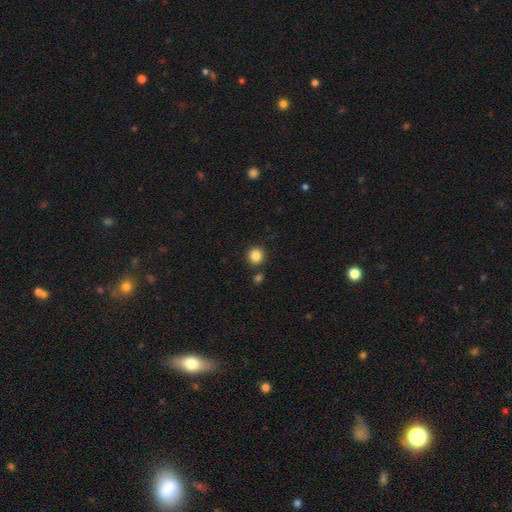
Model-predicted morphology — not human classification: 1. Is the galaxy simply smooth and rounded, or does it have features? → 85% smooth, 10% star or artifact, 4% featured or disk.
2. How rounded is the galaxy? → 93% round, 6% in between, 1% cigar-shaped.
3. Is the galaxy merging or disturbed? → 86% none, 6% minor disturbance, 6% merger, 2% major disturbance.